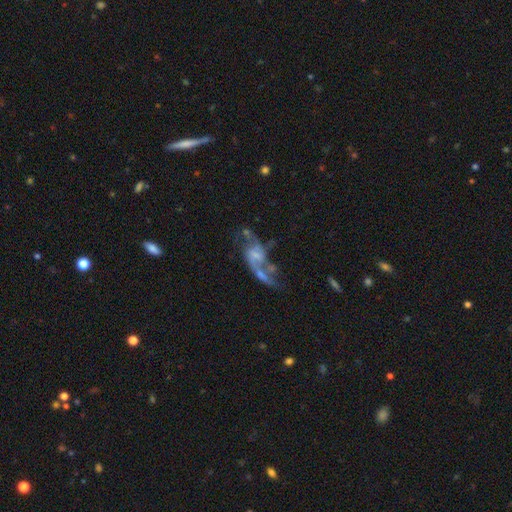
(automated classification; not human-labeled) A featured or disk galaxy (74%) with no bar (50%), 2 (75%) loose (70%) spiral arms (74%) and no central bulge (41%).

Vote fractions:
- Smooth or featured? featured or disk: 74% / smooth: 16% / star or artifact: 10%
- Edge-on disk? no: 96% / yes: 4%
- Bar? no: 50% / weak: 37% / strong: 13%
- Spiral arms? yes: 74% / no: 26%
- Spiral winding? loose: 70% / medium: 24% / tight: 6%
- Spiral arm count? 2: 75% / 1: 10% / can't tell: 9% / 3: 3% / 4: 2% / more than 4: 1%
- Bulge size? none: 41% / small: 35% / moderate: 19% / large: 4% / dominant: 1%
- Merging? major disturbance: 31% / merger: 30% / none: 26% / minor disturbance: 14%